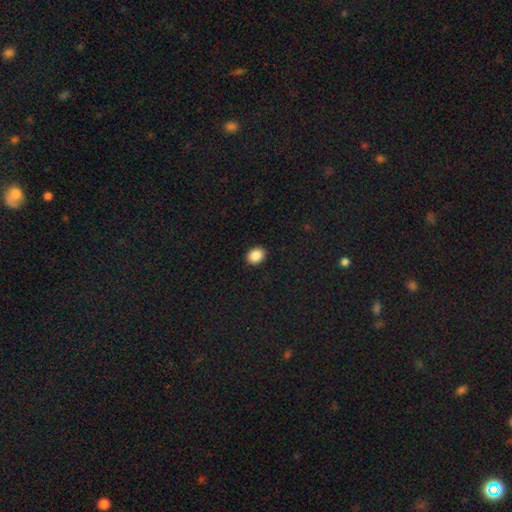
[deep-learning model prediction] smooth_or_featured: smooth (p=0.88) [alt: star or artifact p=0.08]
how_rounded: in between (p=0.61) [alt: round p=0.38]
merging: none (p=0.91) [alt: minor disturbance p=0.07]